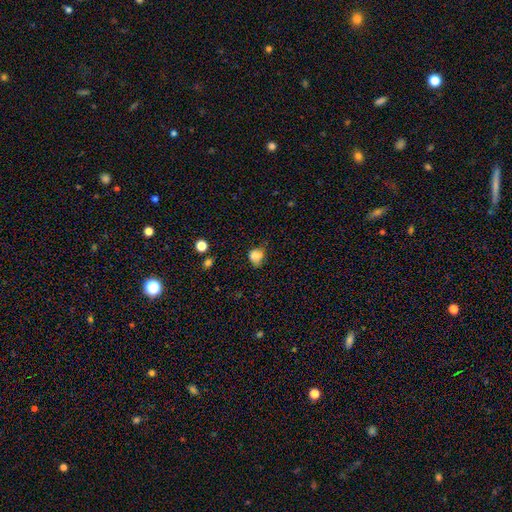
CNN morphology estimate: smooth 79%, star or artifact 12%, featured or disk 9%. Down the decision tree: how rounded — round (55%); merging — none (43%).